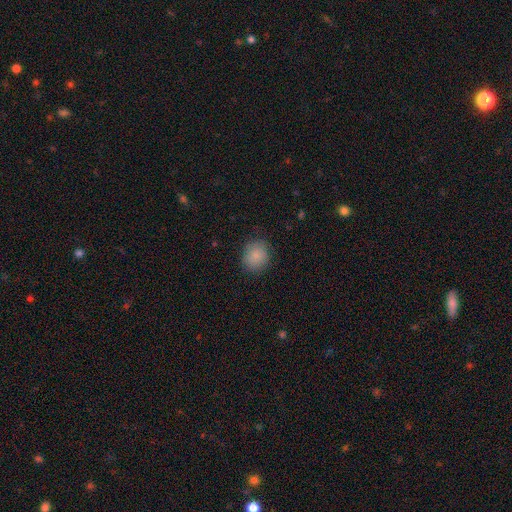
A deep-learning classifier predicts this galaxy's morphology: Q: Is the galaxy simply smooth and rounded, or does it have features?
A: smooth — 87%.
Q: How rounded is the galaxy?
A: round — 73%.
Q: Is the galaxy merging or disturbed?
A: none — 85%.